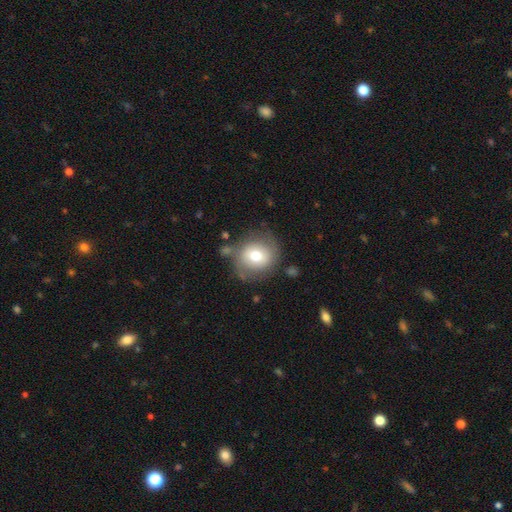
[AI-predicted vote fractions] smooth_or_featured: smooth (p=0.67) [alt: featured or disk p=0.24]
how_rounded: round (p=0.84) [alt: in between p=0.15]
merging: none (p=0.69) [alt: minor disturbance p=0.18]